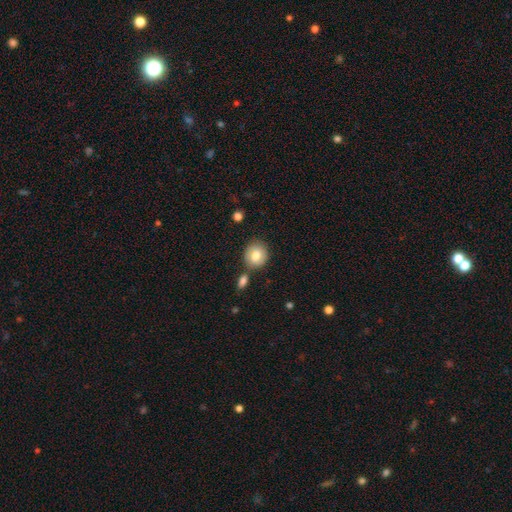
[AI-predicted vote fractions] A smooth galaxy with no disk features (78%) that is round (77%). Merging: none (71%).